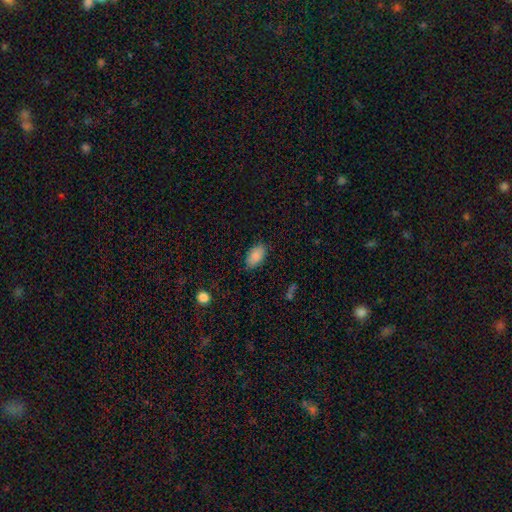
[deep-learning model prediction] This appears to be a smooth galaxy with no disk features (87%) that is in between round and cigar-shaped (93%). Merging: none (85%).